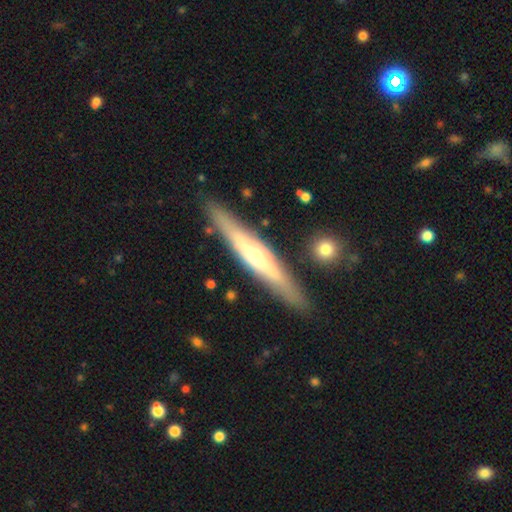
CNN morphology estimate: featured or disk 64%, smooth 30%, star or artifact 6%. Down the decision tree: edge-on disk — yes (91%); edge-on bulge — rounded (71%); merging — none (86%).